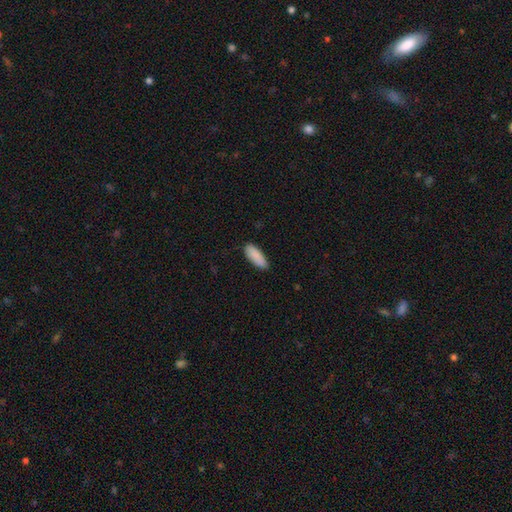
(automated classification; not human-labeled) smooth-or-featured: smooth: 90% | star or artifact: 6% | featured or disk: 5%
  how-rounded: in between: 72% | cigar-shaped: 26% | round: 2%
  merging: none: 84% | minor disturbance: 13% | major disturbance: 2% | merger: 1%